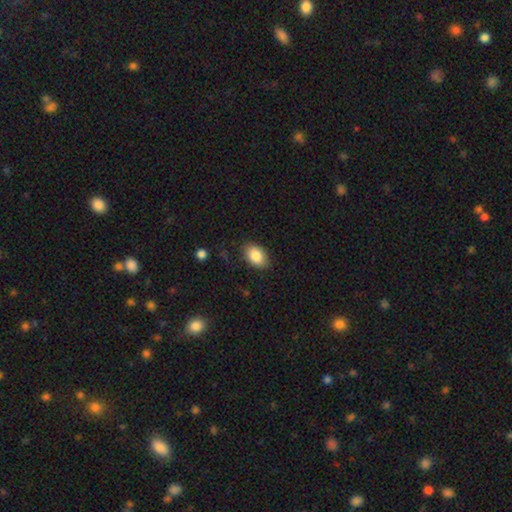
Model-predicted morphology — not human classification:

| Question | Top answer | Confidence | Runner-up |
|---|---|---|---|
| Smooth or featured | smooth | 85% | featured or disk (7%) |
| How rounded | in between | 88% | round (10%) |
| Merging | none | 84% | minor disturbance (12%) |